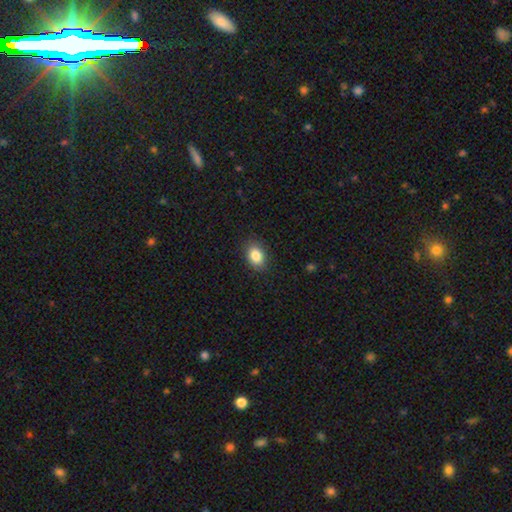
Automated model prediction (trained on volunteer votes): Morphology: type=smooth (85%); roundness=in between (75%); merging=none (87%).